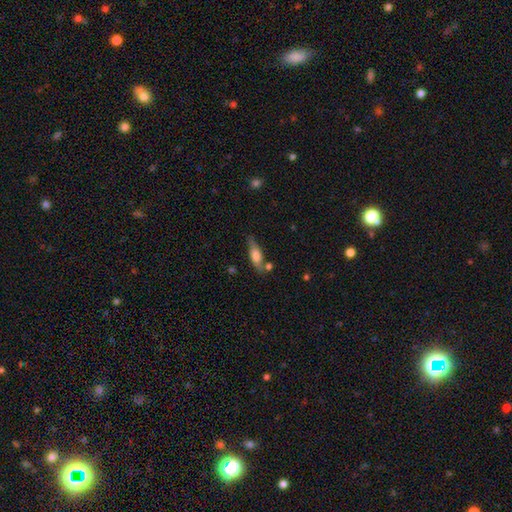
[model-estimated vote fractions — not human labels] Smooth or featured: smooth — 62% (featured or disk — 31%)
How rounded: in between — 49% (cigar-shaped — 48%)
Merging: none — 65% (minor disturbance — 21%)